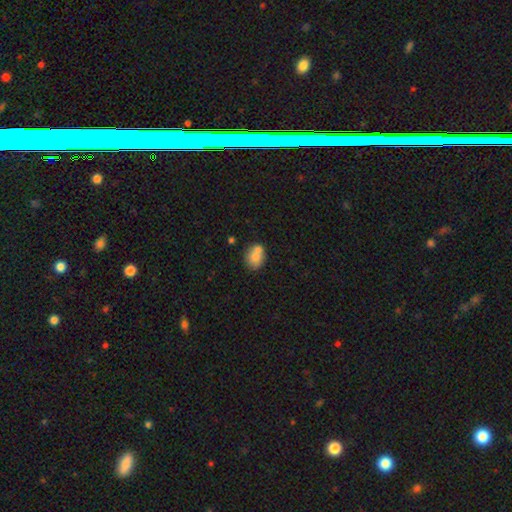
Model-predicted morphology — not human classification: Smooth or featured: smooth — 72% (featured or disk — 19%)
How rounded: round — 50% (in between — 49%)
Merging: none — 47% (merger — 36%)